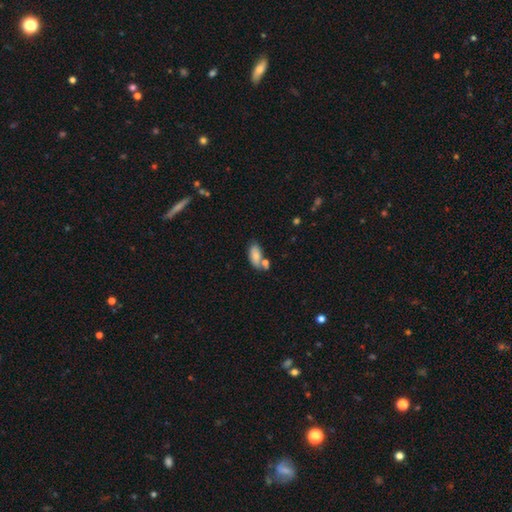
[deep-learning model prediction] This is clearly a smooth galaxy (80%). How rounded: clearly in between (90%). Merging: possibly none (50%).